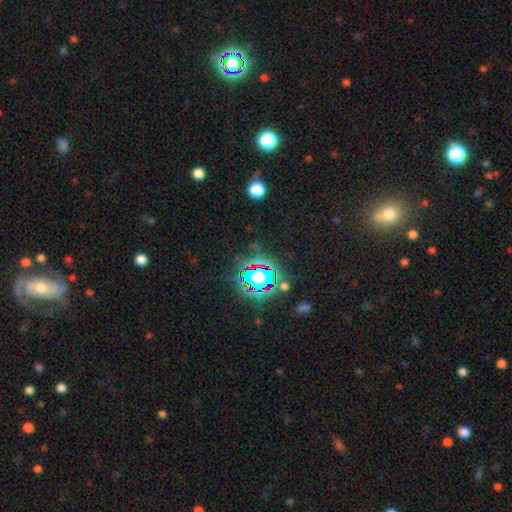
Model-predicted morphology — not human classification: Smooth or featured: star or artifact — 81% (smooth — 11%)